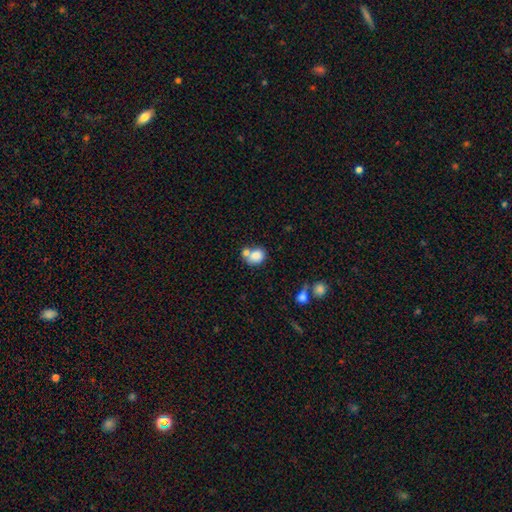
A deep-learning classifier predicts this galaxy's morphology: Smooth or featured?
  - smooth: 80% *
  - featured or disk: 11%
  - star or artifact: 9%
How rounded?
  - round: 53% *
  - in between: 46%
  - cigar-shaped: 1%
Merging?
  - merger: 45% *
  - none: 38%
  - minor disturbance: 11%
  - major disturbance: 5%